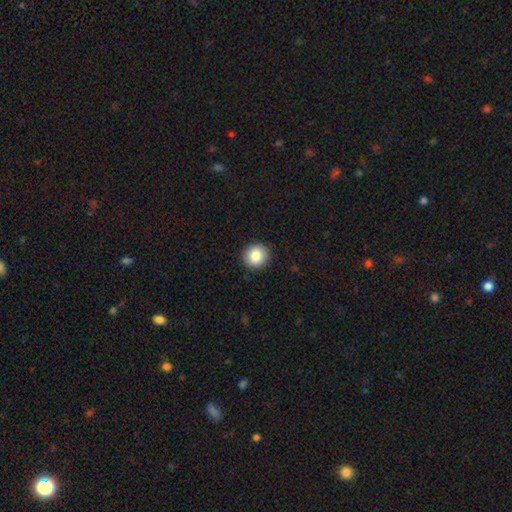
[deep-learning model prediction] smooth_or_featured: smooth (p=0.85) [alt: star or artifact p=0.09]
how_rounded: round (p=0.87) [alt: in between p=0.12]
merging: none (p=0.92) [alt: minor disturbance p=0.06]